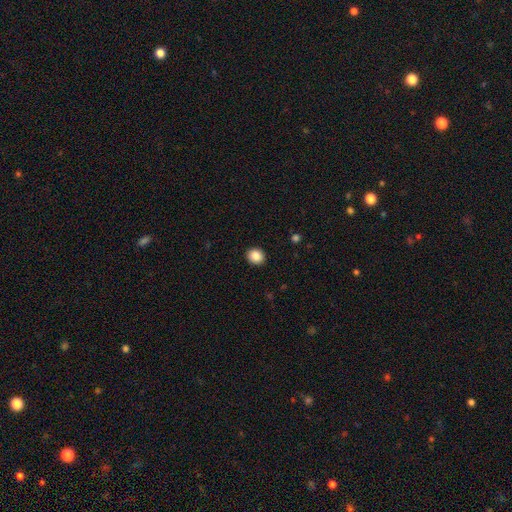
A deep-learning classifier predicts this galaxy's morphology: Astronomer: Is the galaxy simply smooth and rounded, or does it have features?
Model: smooth — 87%.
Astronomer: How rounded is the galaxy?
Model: round — 74%.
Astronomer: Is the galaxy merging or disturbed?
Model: none — 91%.